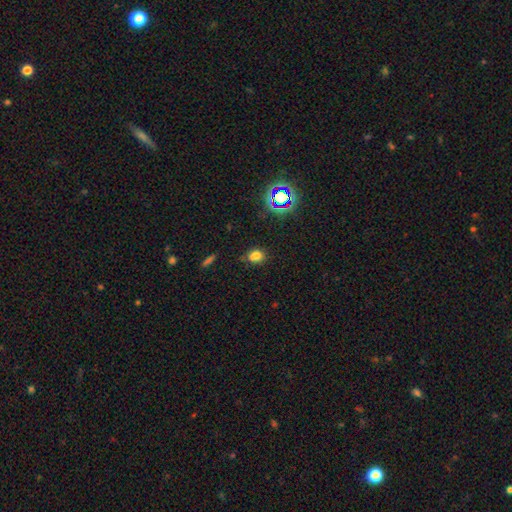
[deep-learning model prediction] Smooth or featured?
  - smooth: 74% *
  - star or artifact: 19%
  - featured or disk: 7%
How rounded?
  - in between: 58% *
  - round: 40%
  - cigar-shaped: 2%
Merging?
  - none: 71% *
  - minor disturbance: 20%
  - major disturbance: 5%
  - merger: 4%